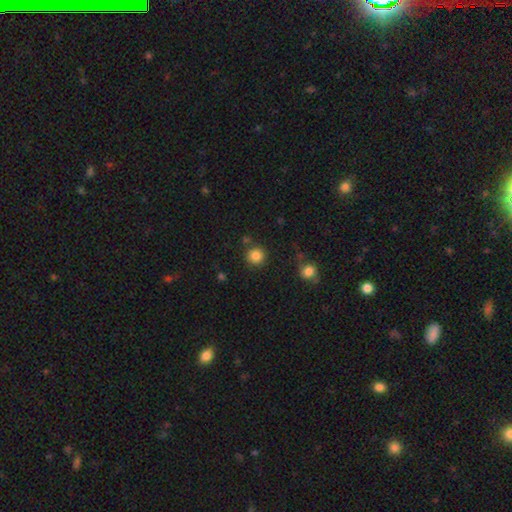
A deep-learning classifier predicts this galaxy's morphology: smooth 85%, star or artifact 11%, featured or disk 4%. Down the decision tree: how rounded — round (93%); merging — none (85%).